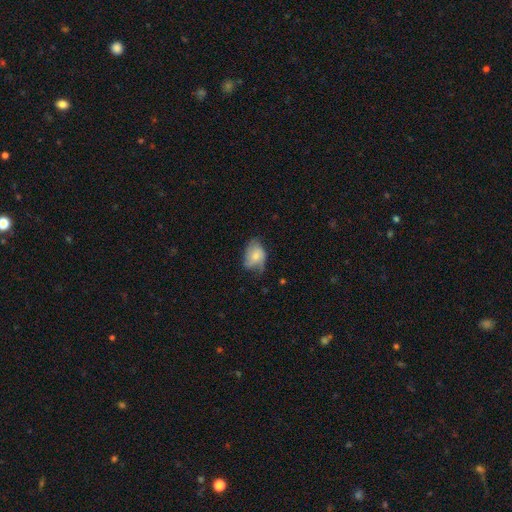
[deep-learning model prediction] Q: Smooth or featured?
A: featured or disk (55%); runner-up: smooth (38%)
Q: Edge-on disk?
A: no (96%); runner-up: yes (4%)
Q: Bar?
A: no (69%); runner-up: weak (26%)
Q: Spiral arms?
A: yes (86%); runner-up: no (14%)
Q: Bulge size?
A: moderate (46%); runner-up: small (38%)
Q: Merging?
A: none (53%); runner-up: minor disturbance (31%)